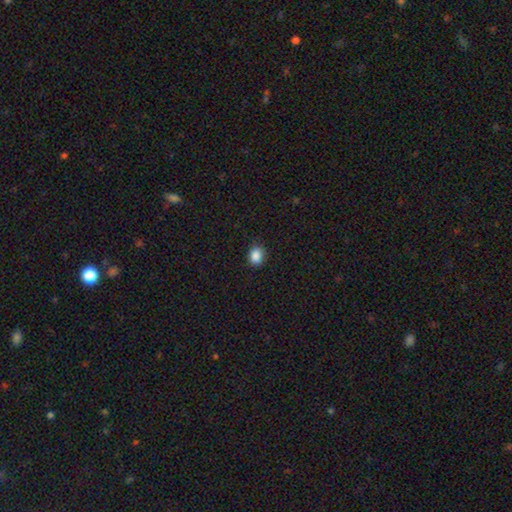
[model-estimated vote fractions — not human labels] This is clearly a smooth galaxy (87%). How rounded: possibly round (50%). Merging: clearly none (85%).